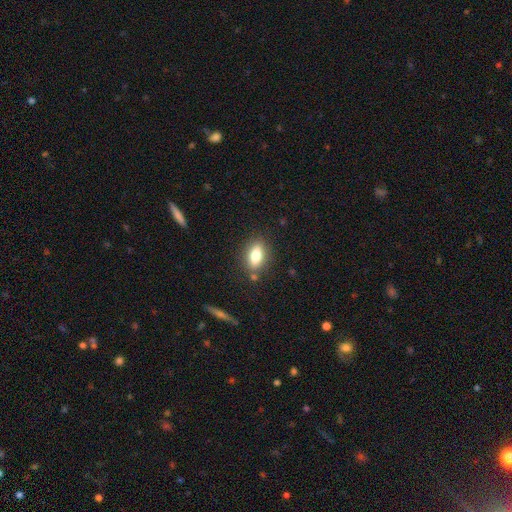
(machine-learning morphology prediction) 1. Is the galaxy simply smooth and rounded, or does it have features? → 75% smooth, 16% featured or disk, 9% star or artifact.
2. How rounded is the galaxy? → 81% in between, 10% round, 10% cigar-shaped.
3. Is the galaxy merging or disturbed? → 81% none, 11% minor disturbance, 4% merger, 3% major disturbance.